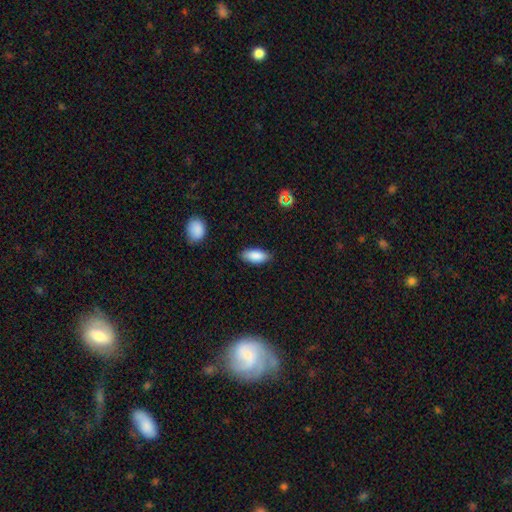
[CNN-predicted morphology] Smooth or featured: smooth — 87% (featured or disk — 7%)
How rounded: in between — 87% (cigar-shaped — 11%)
Merging: none — 83% (minor disturbance — 13%)